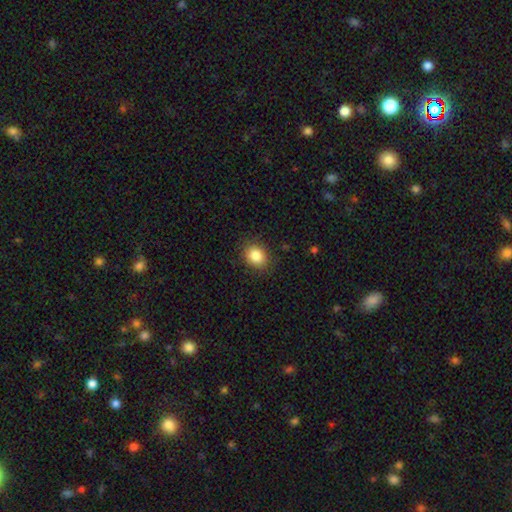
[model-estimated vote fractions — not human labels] Smooth or featured?
  - smooth: 85% *
  - star or artifact: 9%
  - featured or disk: 5%
How rounded?
  - in between: 51% *
  - round: 48%
  - cigar-shaped: 1%
Merging?
  - none: 86% *
  - minor disturbance: 10%
  - major disturbance: 3%
  - merger: 1%